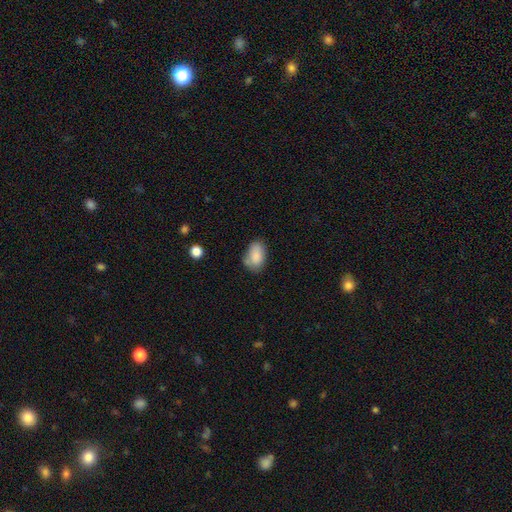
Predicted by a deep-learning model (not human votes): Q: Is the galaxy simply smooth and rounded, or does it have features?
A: smooth — 85%.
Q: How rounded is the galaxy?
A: in between — 88%.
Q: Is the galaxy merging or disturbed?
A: none — 61%.